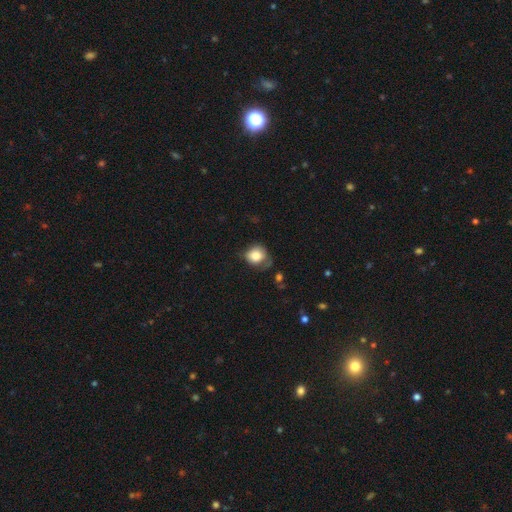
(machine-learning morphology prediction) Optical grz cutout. It shows a smooth galaxy with no disk features (81%) that is round (73%). Merging: none (45%).